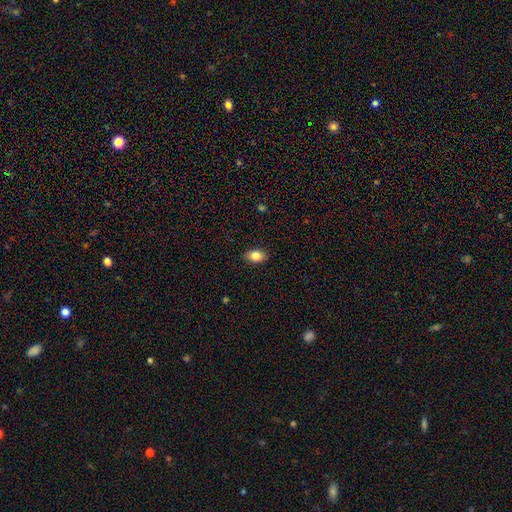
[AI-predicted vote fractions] Q: Smooth or featured?
A: smooth (83%); runner-up: featured or disk (9%)
Q: How rounded?
A: in between (86%); runner-up: round (12%)
Q: Merging?
A: none (88%); runner-up: minor disturbance (9%)